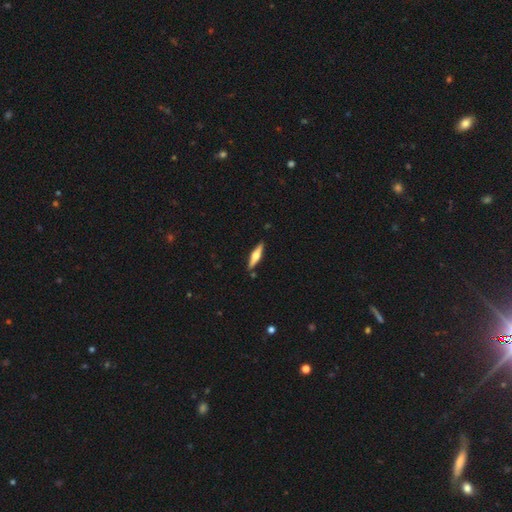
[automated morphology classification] Q: Smooth or featured?
A: featured or disk (59%); runner-up: smooth (35%)
Q: Edge-on disk?
A: yes (96%); runner-up: no (4%)
Q: Edge-on bulge?
A: rounded (89%); runner-up: boxy (8%)
Q: Merging?
A: none (88%); runner-up: minor disturbance (8%)